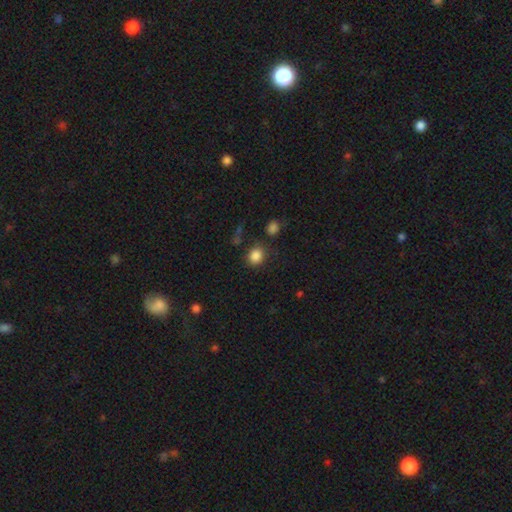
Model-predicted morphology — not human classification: smooth-or-featured: smooth: 85% | star or artifact: 11% | featured or disk: 4%
  how-rounded: round: 72% | in between: 27% | cigar-shaped: 1%
  merging: none: 77% | minor disturbance: 12% | merger: 6% | major disturbance: 5%